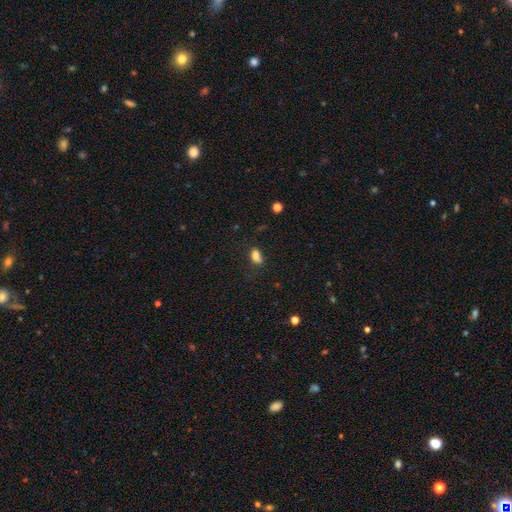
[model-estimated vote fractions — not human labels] Morphology: type=smooth (78%); roundness=in between (77%); merging=none (47%).